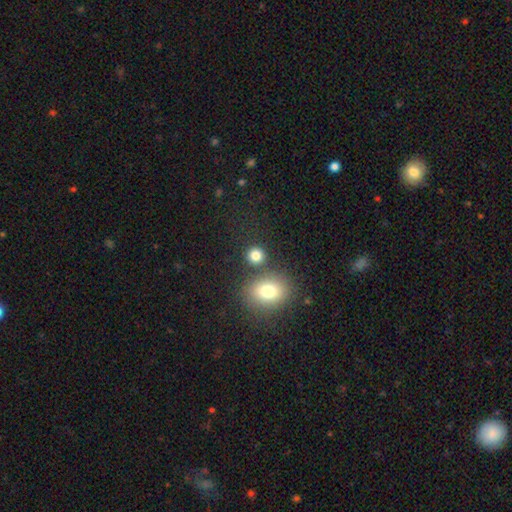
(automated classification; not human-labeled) Smooth or featured? smooth (81%)
How rounded? round (83%)
Merging? none (75%)